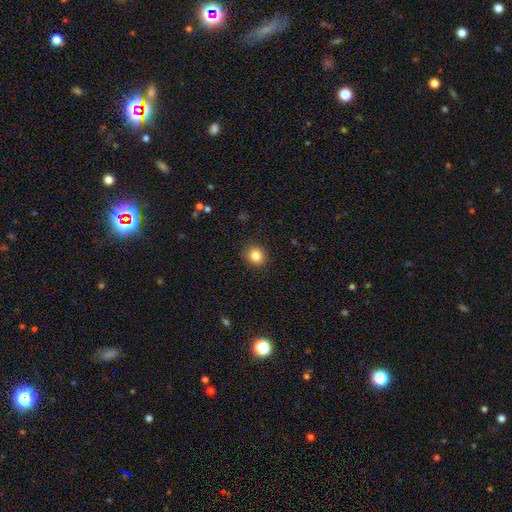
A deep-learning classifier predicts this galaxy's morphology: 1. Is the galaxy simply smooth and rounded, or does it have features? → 84% smooth, 10% star or artifact, 6% featured or disk.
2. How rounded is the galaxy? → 83% round, 16% in between, 1% cigar-shaped.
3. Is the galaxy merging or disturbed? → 90% none, 7% minor disturbance, 2% major disturbance, 1% merger.